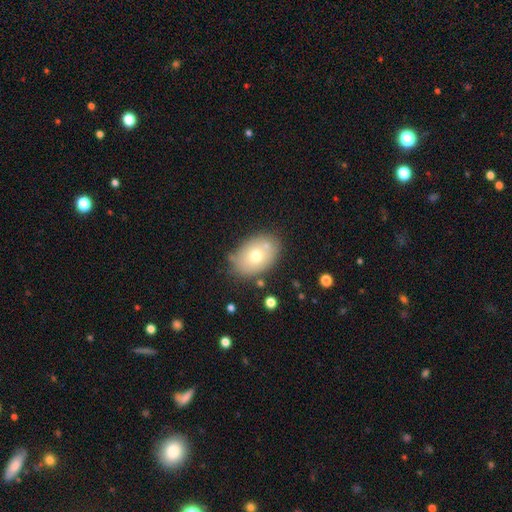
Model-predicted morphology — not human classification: Smooth or featured? smooth (69%)
How rounded? in between (83%)
Merging? none (72%)